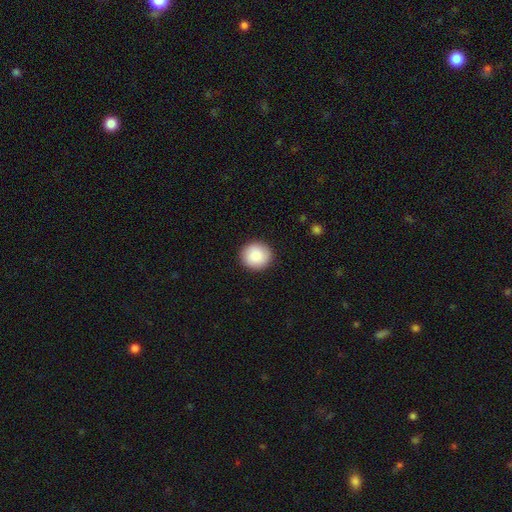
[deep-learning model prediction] A smooth galaxy with no disk features (88%) that is round (90%). Merging: none (91%).